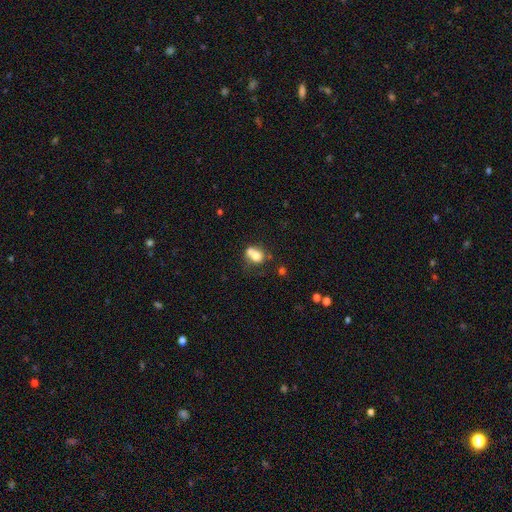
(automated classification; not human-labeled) This is likely a smooth galaxy (69%). How rounded: possibly round (57%). Merging: possibly merger (54%).